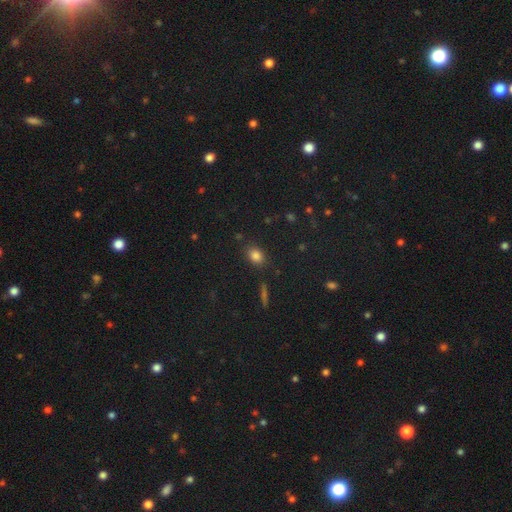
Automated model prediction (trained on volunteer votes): Smooth or featured: smooth — 81% (star or artifact — 12%)
How rounded: in between — 65% (round — 33%)
Merging: none — 82% (minor disturbance — 12%)